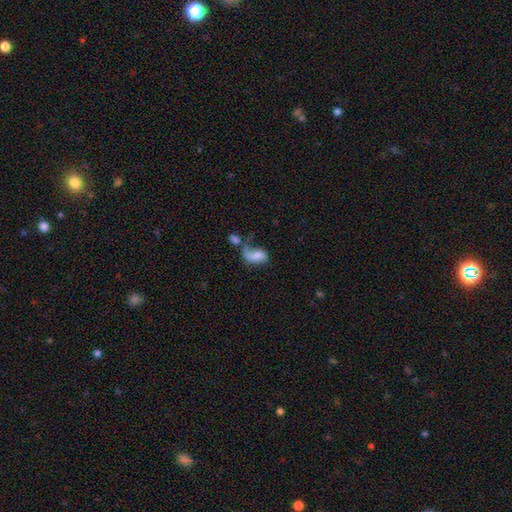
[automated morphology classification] Smooth or featured: smooth — 57% (featured or disk — 34%)
How rounded: in between — 87% (round — 10%)
Merging: major disturbance — 33% (merger — 31%)